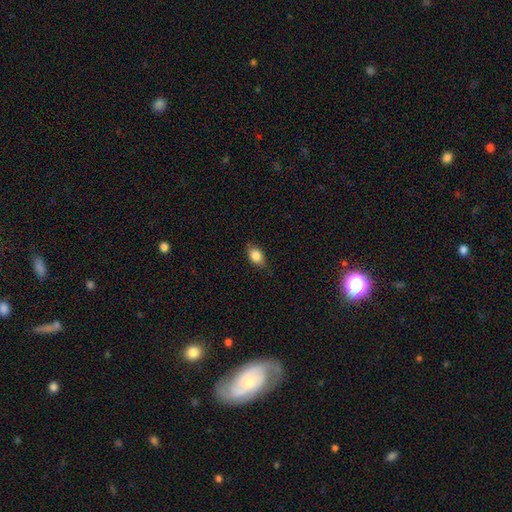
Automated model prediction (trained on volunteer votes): This is clearly a smooth galaxy (83%). How rounded: likely in between (79%). Merging: likely none (76%).